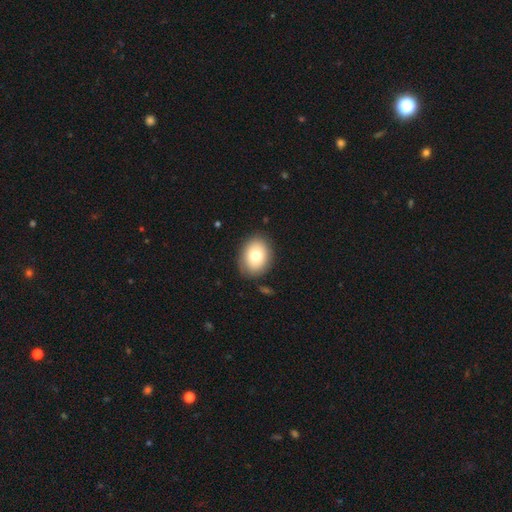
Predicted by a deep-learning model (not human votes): A smooth galaxy with no disk features (76%) that is in between round and cigar-shaped (62%). Merging: none (84%).